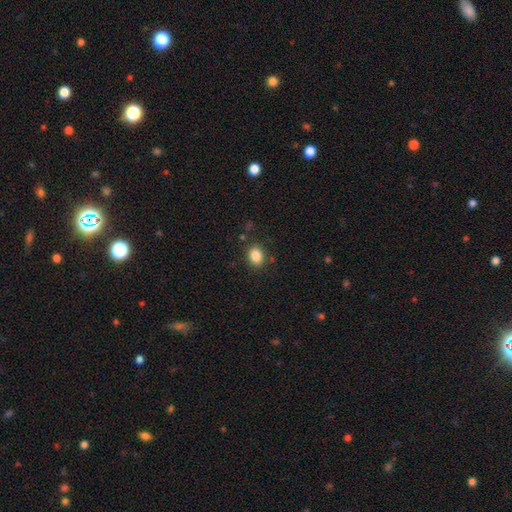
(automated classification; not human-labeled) A smooth galaxy with no disk features (86%) that is in between round and cigar-shaped (53%). Merging: none (85%).